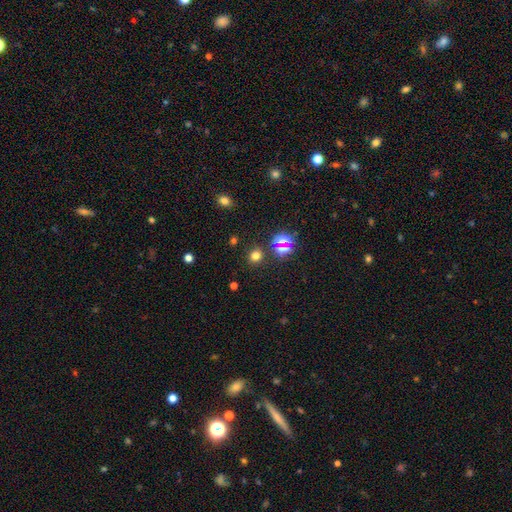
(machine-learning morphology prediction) A smooth galaxy with no disk features (68%) that is round (83%).

Vote fractions:
- Smooth or featured? smooth: 68% / star or artifact: 26% / featured or disk: 6%
- How rounded? round: 83% / in between: 16% / cigar-shaped: 1%
- Merging? none: 85% / minor disturbance: 7% / merger: 5% / major disturbance: 3%